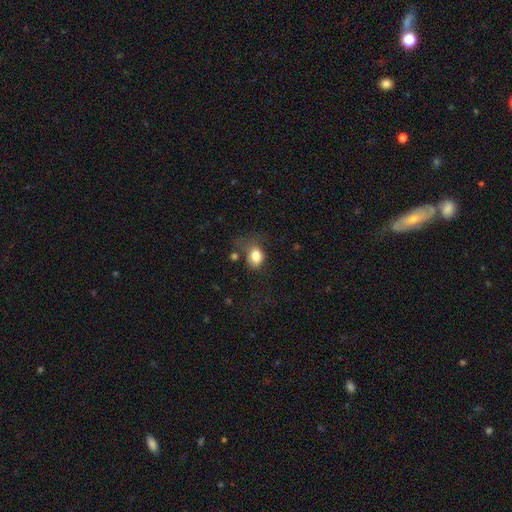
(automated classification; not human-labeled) Overall: smooth (80%). How rounded: in between (59%; round 40%). Merging: none (37%; minor disturbance 28%).